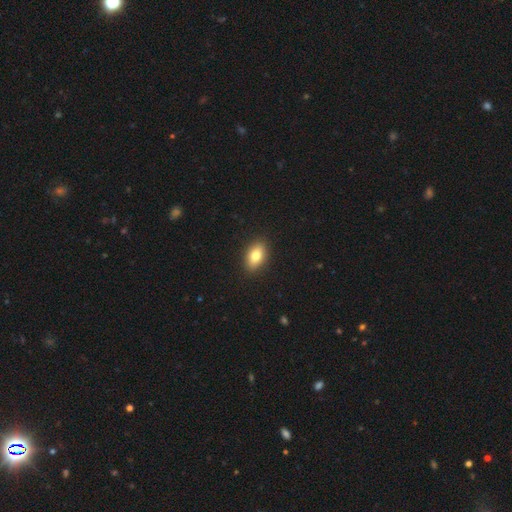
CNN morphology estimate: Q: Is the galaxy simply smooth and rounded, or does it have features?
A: smooth — 79%.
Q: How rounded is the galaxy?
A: in between — 87%.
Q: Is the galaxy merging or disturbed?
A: none — 89%.